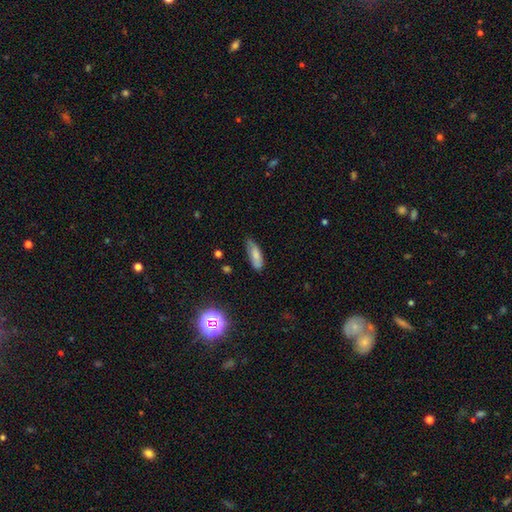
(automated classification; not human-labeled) Q: Smooth or featured?
A: smooth (77%); runner-up: featured or disk (15%)
Q: How rounded?
A: in between (62%); runner-up: cigar-shaped (36%)
Q: Merging?
A: none (63%); runner-up: minor disturbance (29%)